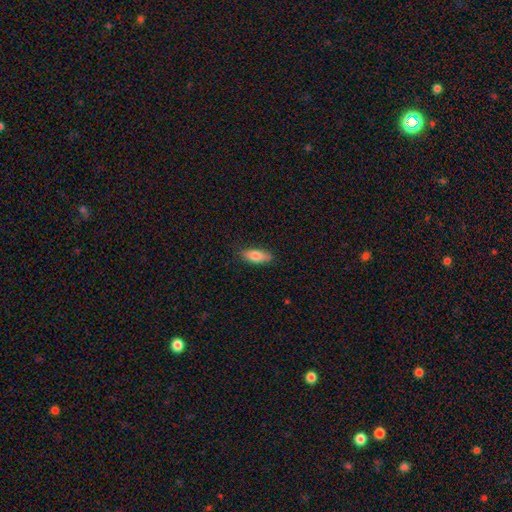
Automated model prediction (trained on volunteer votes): Q: Smooth or featured?
A: smooth (80%); runner-up: featured or disk (13%)
Q: How rounded?
A: in between (72%); runner-up: cigar-shaped (25%)
Q: Merging?
A: none (82%); runner-up: minor disturbance (15%)